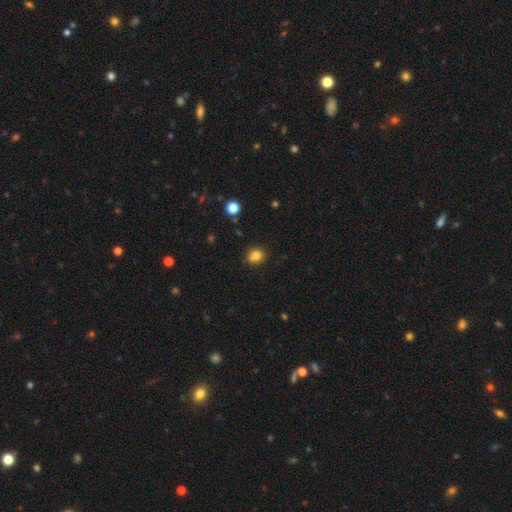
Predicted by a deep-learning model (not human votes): A smooth galaxy with no disk features (81%) that is round (69%). Merging: none (75%).